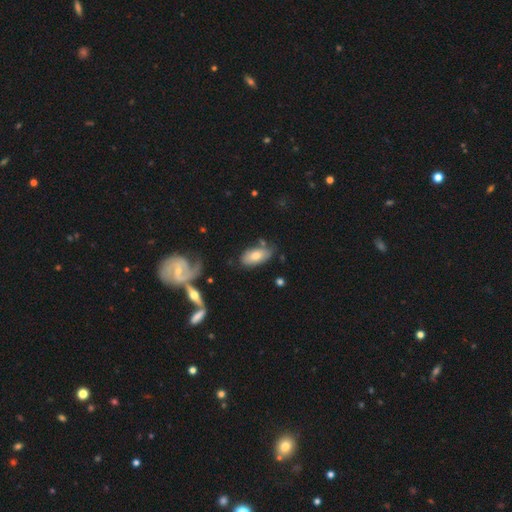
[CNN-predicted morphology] type=smooth (71%); roundness=in between (91%); merging=none (69%).